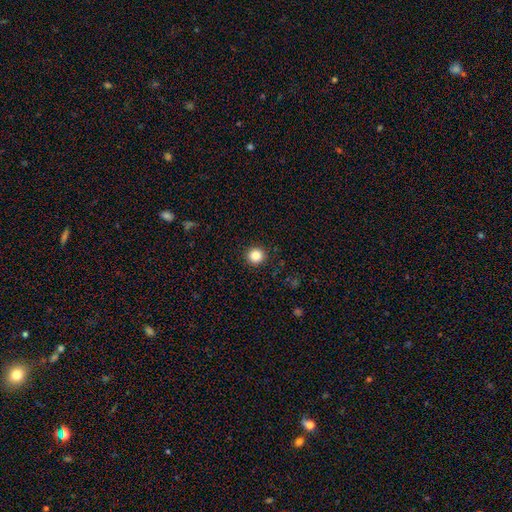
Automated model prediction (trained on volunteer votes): smooth 86%, star or artifact 11%, featured or disk 4%. Down the decision tree: how rounded — round (94%); merging — none (92%).